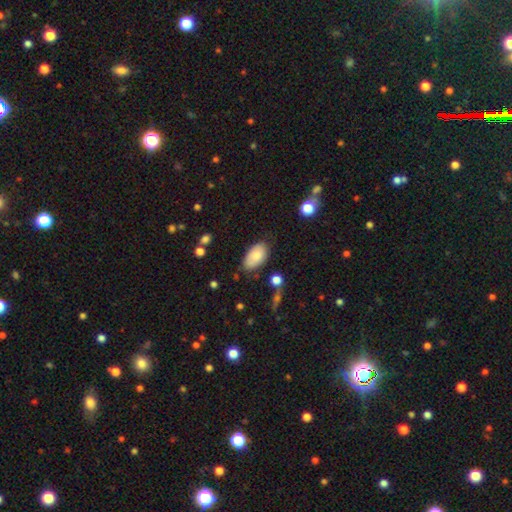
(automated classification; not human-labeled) smooth-or-featured: smooth: 82% | featured or disk: 12% | star or artifact: 7%
  how-rounded: in between: 94% | round: 4% | cigar-shaped: 2%
  merging: none: 70% | minor disturbance: 22% | major disturbance: 5% | merger: 3%